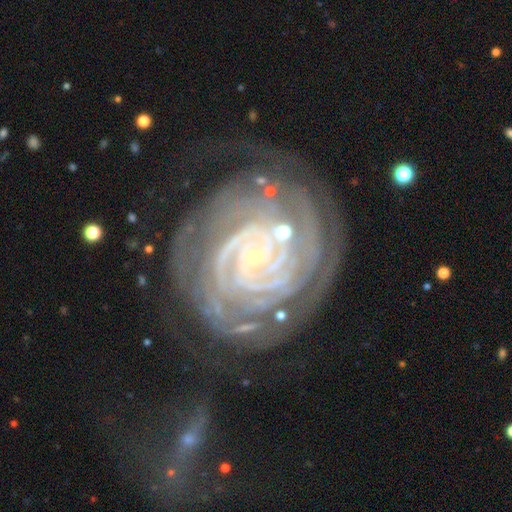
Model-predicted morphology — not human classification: smooth-or-featured: featured or disk: 91% | star or artifact: 6% | smooth: 4%
  disk-edge-on: no: 98% | yes: 2%
    bar: no: 63% | weak: 23% | strong: 14%
    has-spiral-arms: yes: 98% | no: 2%
      spiral-winding: tight: 86% | medium: 12% | loose: 2%
      spiral-arm-count: 2: 23% | 4: 20% | 3: 19% | can't tell: 17% | more than 4: 13% | 1: 8%
    bulge-size: small: 89% | moderate: 6% | none: 3% | large: 1% | dominant: 1%
  merging: none: 61% | minor disturbance: 21% | major disturbance: 12% | merger: 6%